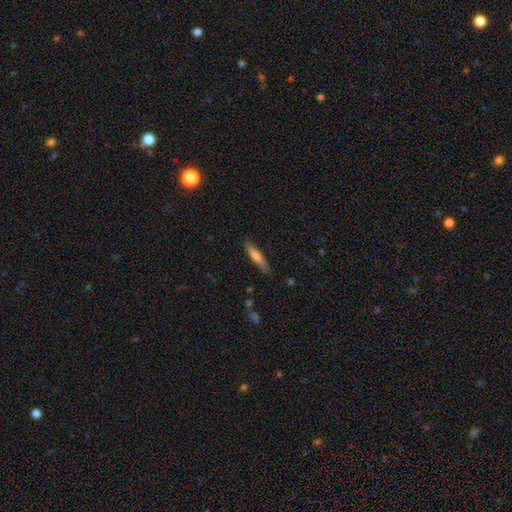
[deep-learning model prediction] Overall: smooth (70%). How rounded: cigar-shaped (83%). Merging: none (84%).